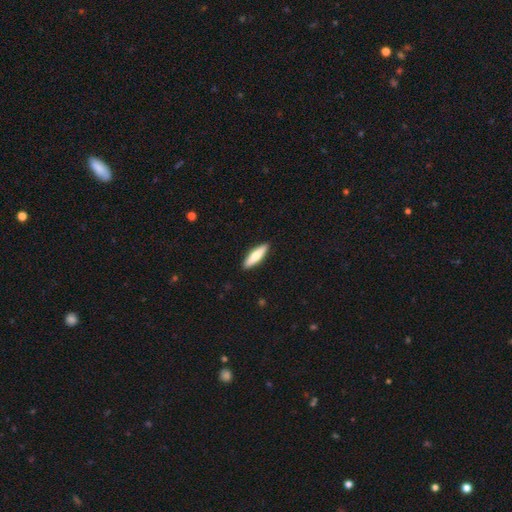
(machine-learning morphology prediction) A smooth galaxy with no disk features (60%) that is cigar-shaped (68%).

Vote fractions:
- Smooth or featured? smooth: 60% / featured or disk: 35% / star or artifact: 5%
- How rounded? cigar-shaped: 68% / in between: 30% / round: 2%
- Merging? none: 91% / minor disturbance: 6% / major disturbance: 1% / merger: 1%